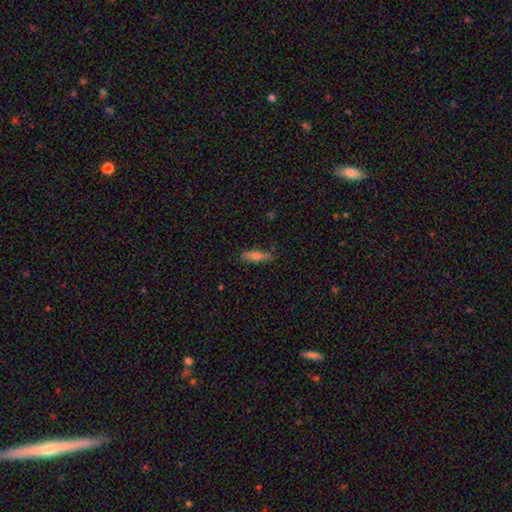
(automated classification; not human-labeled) This is likely a smooth galaxy (65%). How rounded: likely cigar-shaped (69%). Merging: likely none (79%).